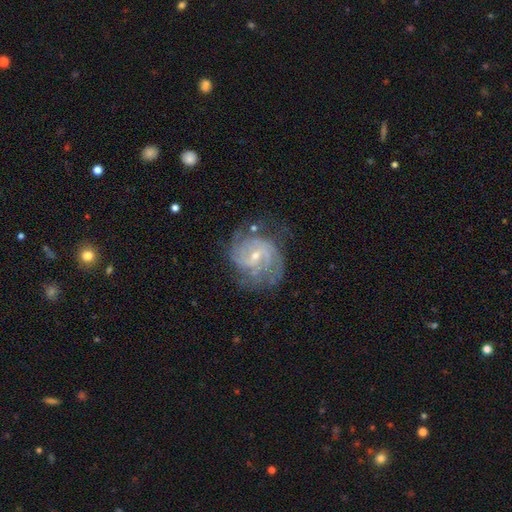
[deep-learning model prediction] smooth-or-featured: featured or disk: 87% | smooth: 7% | star or artifact: 6%
  disk-edge-on: no: 98% | yes: 2%
    bar: weak: 52% | no: 35% | strong: 13%
    has-spiral-arms: yes: 96% | no: 4%
      spiral-winding: tight: 56% | medium: 36% | loose: 9%
      spiral-arm-count: can't tell: 28% | 2: 27% | 3: 20% | 4: 13% | more than 4: 6% | 1: 5%
    bulge-size: small: 70% | moderate: 26% | none: 2% | large: 1% | dominant: 1%
  merging: none: 64% | minor disturbance: 21% | major disturbance: 12% | merger: 3%